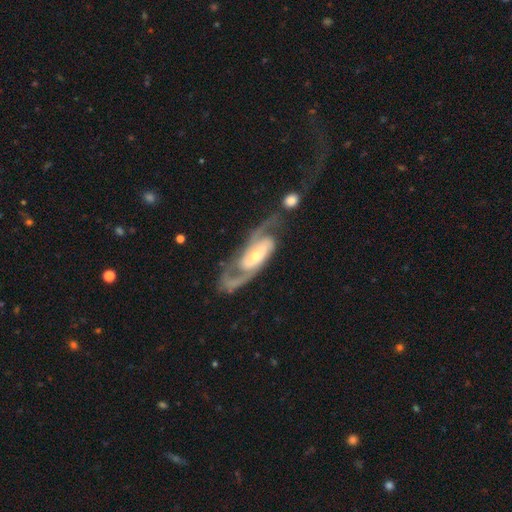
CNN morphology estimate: This appears to be a featured or disk galaxy (90%) with a weak bar (37%), 2 (86%) medium (51%) spiral arms (97%) and a small central bulge (50%). Merging: none (62%).